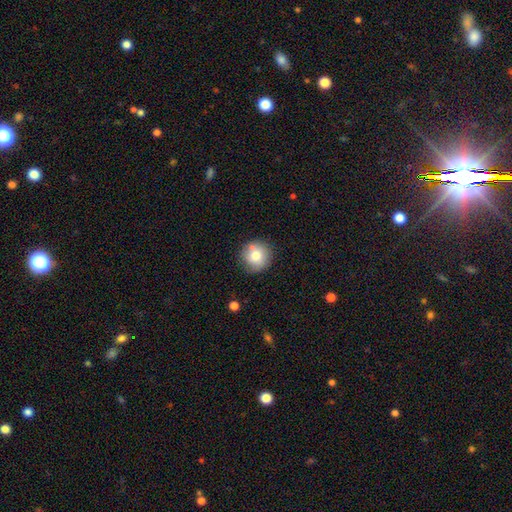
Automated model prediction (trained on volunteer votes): Smooth or featured? Predicted: smooth (p=0.77). How rounded? Predicted: round (p=0.94). Merging? Predicted: none (p=0.80).